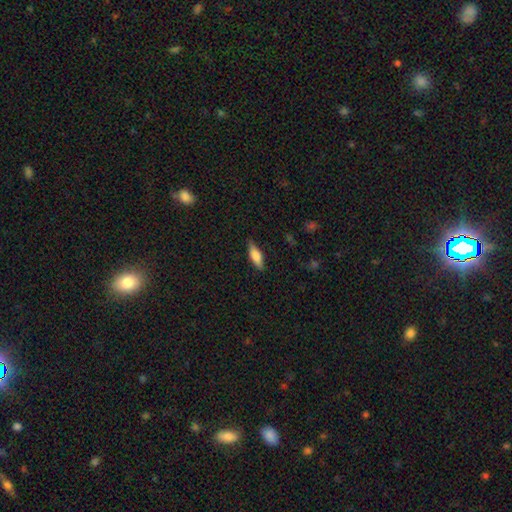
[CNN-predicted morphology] Overall: smooth (68%). How rounded: in between (57%; cigar-shaped 41%). Merging: none (84%).